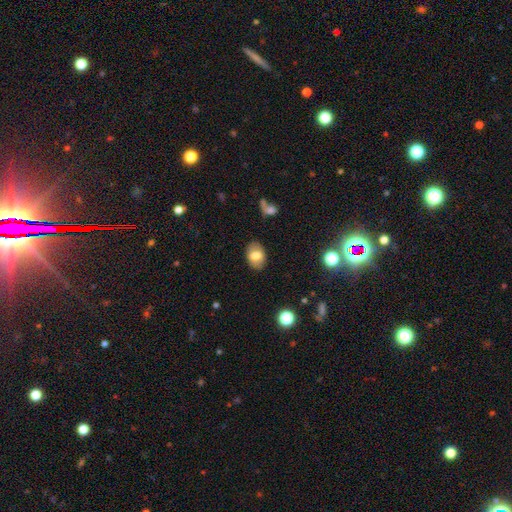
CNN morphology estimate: Smooth or featured: smooth — 74% (featured or disk — 18%)
How rounded: in between — 82% (round — 17%)
Merging: none — 85% (minor disturbance — 11%)